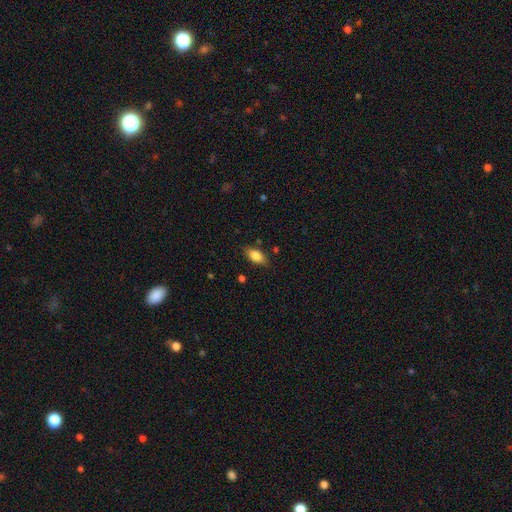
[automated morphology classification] Overall: smooth (81%). How rounded: in between (88%). Merging: none (82%).